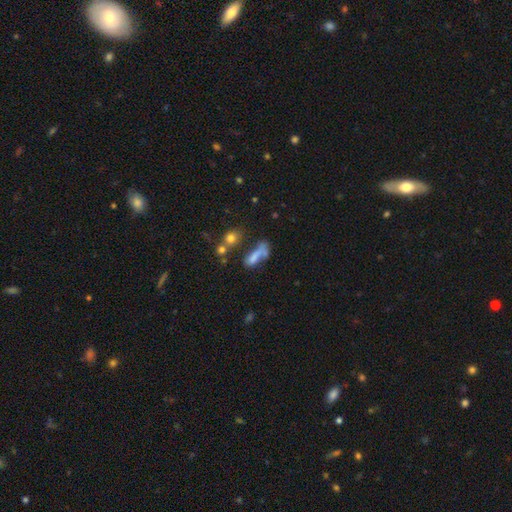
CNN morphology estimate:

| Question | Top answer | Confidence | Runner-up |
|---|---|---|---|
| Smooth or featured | smooth | 66% | featured or disk (20%) |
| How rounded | in between | 55% | cigar-shaped (37%) |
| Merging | merger | 33% | none (29%) |